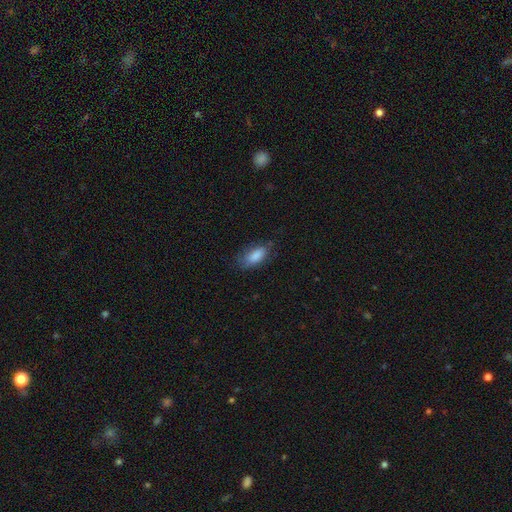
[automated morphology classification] smooth 84%, featured or disk 9%, star or artifact 7%. Down the decision tree: how rounded — in between (87%); merging — none (68%).